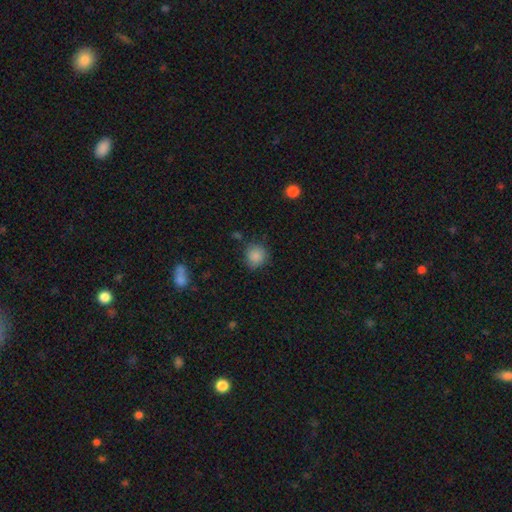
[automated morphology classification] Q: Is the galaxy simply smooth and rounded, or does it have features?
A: smooth — 86%.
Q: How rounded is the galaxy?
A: round — 86%.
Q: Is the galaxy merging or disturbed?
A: none — 77%.